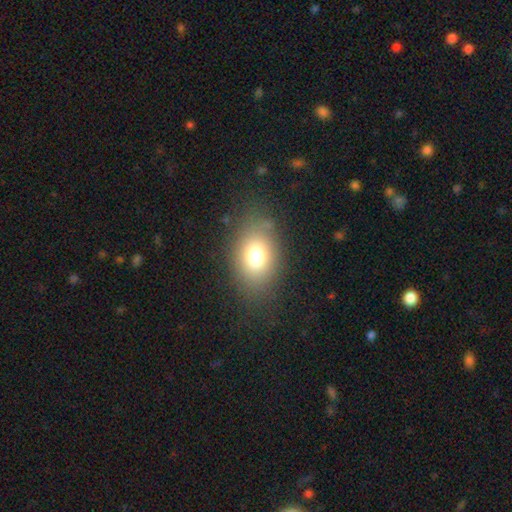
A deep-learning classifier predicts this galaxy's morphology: The model was most divided on "how rounded": in between: 70%, round: 29%, cigar-shaped: 1%. More confident: merging — none (77%); smooth or featured — smooth (74%).